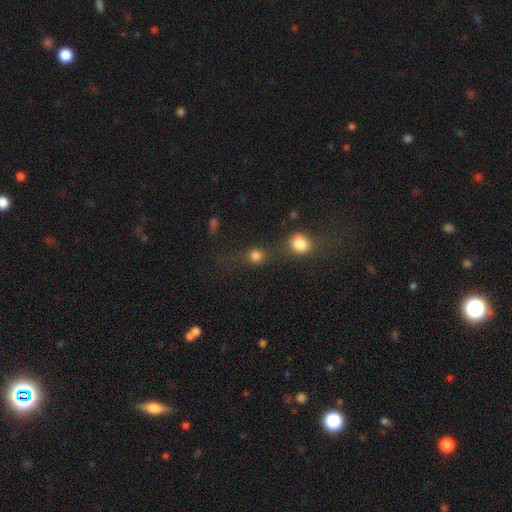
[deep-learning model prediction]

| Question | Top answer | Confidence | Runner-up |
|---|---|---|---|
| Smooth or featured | smooth | 77% | star or artifact (14%) |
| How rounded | round | 81% | in between (17%) |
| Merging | none | 43% | merger (38%) |